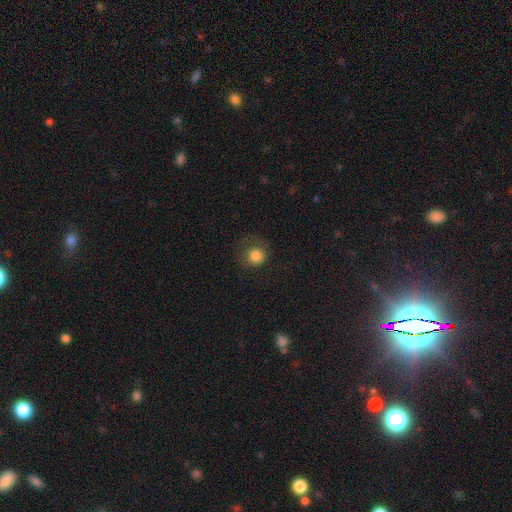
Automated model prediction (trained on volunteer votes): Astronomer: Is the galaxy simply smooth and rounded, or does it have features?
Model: smooth — 81%.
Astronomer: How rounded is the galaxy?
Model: round — 91%.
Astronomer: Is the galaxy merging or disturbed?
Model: none — 64%.